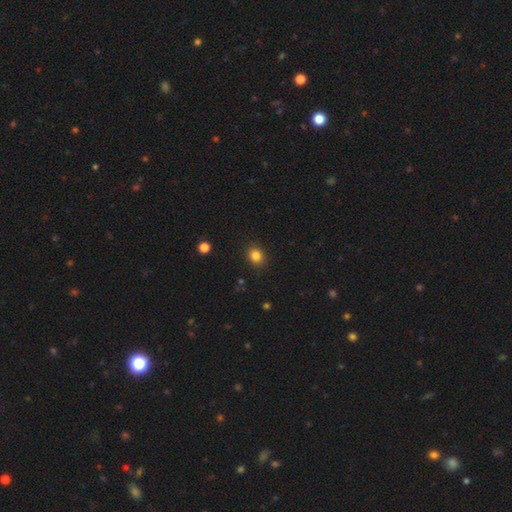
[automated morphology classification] smooth_or_featured: smooth (p=0.84) [alt: star or artifact p=0.12]
how_rounded: round (p=0.65) [alt: in between p=0.34]
merging: none (p=0.90) [alt: minor disturbance p=0.07]